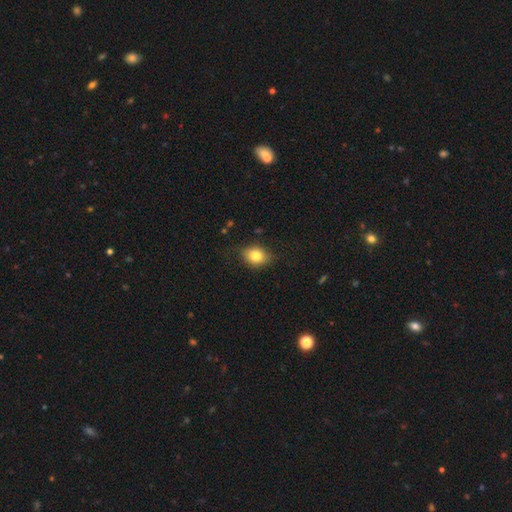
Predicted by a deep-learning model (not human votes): Smooth or featured? smooth (80%)
How rounded? in between (56%)
Merging? none (77%)